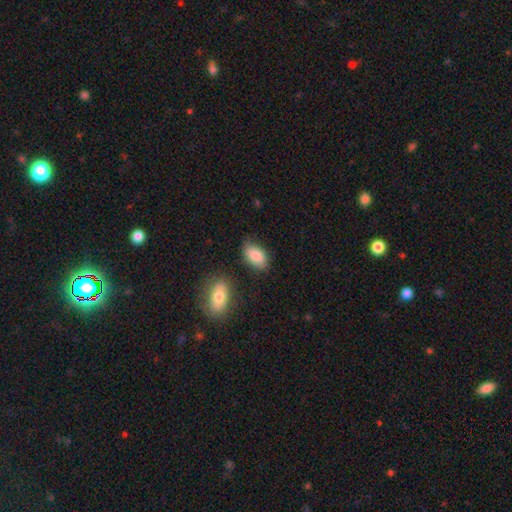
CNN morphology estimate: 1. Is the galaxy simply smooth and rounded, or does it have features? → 86% smooth, 8% featured or disk, 7% star or artifact.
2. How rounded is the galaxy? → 93% in between, 5% round, 2% cigar-shaped.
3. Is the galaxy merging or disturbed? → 72% none, 19% minor disturbance, 5% merger, 4% major disturbance.